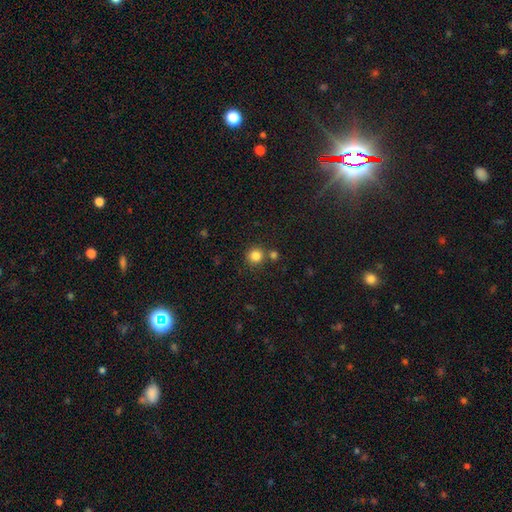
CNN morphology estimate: This is clearly a smooth galaxy (83%). How rounded: clearly round (93%). Merging: likely none (77%).